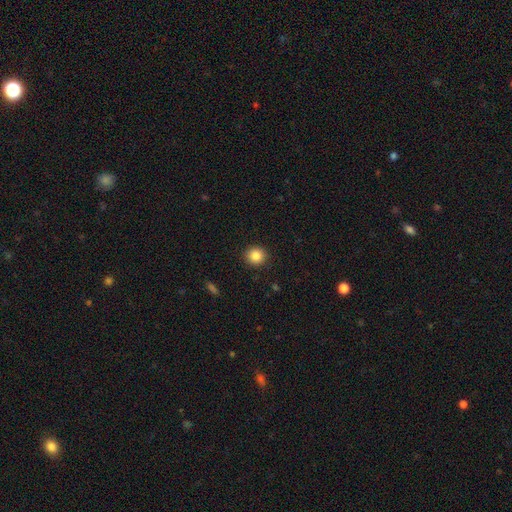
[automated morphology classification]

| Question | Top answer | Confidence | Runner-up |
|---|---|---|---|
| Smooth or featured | smooth | 85% | star or artifact (10%) |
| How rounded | round | 90% | in between (9%) |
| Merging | none | 91% | minor disturbance (6%) |